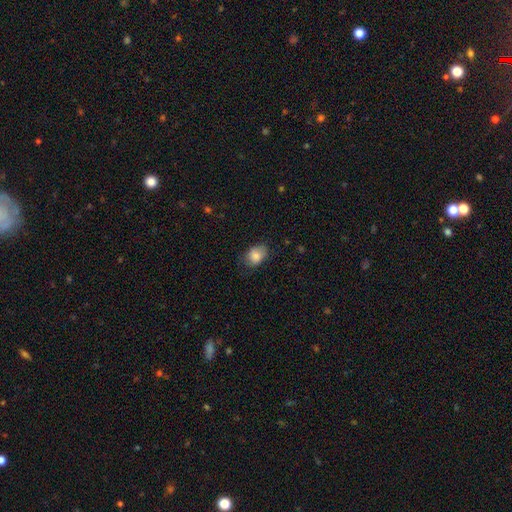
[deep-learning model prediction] Smooth or featured? smooth (83%)
How rounded? in between (75%)
Merging? none (67%)